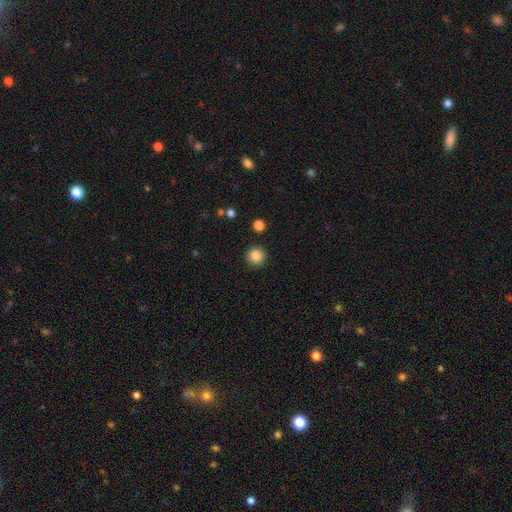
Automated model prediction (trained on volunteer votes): Smooth or featured? Predicted: smooth (p=0.86). How rounded? Predicted: round (p=0.94). Merging? Predicted: none (p=0.91).